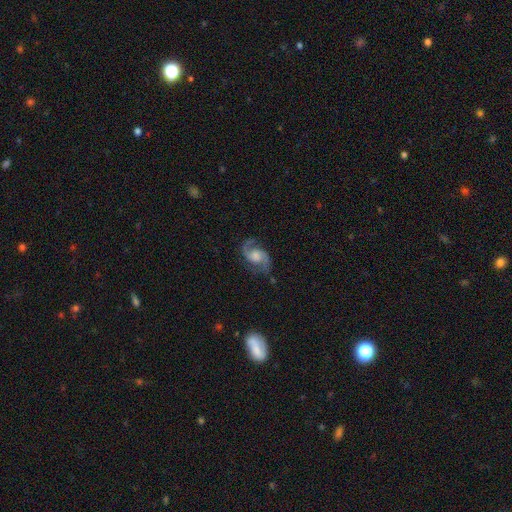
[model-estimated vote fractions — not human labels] featured or disk 89%, smooth 6%, star or artifact 5%. Down the decision tree: edge-on disk — no (98%); bar — no (61%); spiral arms — yes (98%); spiral arm count — 2 (94%); spiral winding — medium (53%); bulge size — moderate (37%); merging — none (77%).